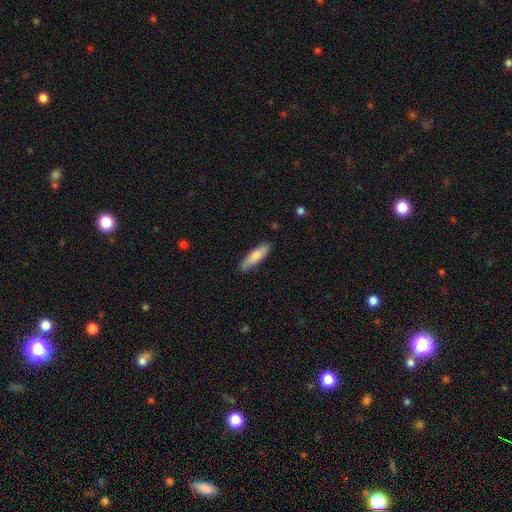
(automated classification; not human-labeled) Overall: smooth (80%). How rounded: cigar-shaped (65%; in between 33%). Merging: none (85%).